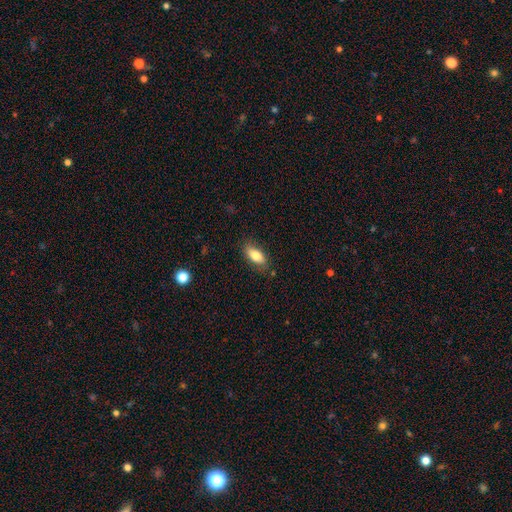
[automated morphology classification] Smooth or featured?
  - smooth: 79% *
  - featured or disk: 14%
  - star or artifact: 7%
How rounded?
  - in between: 84% *
  - cigar-shaped: 13%
  - round: 3%
Merging?
  - none: 81% *
  - minor disturbance: 14%
  - major disturbance: 3%
  - merger: 1%